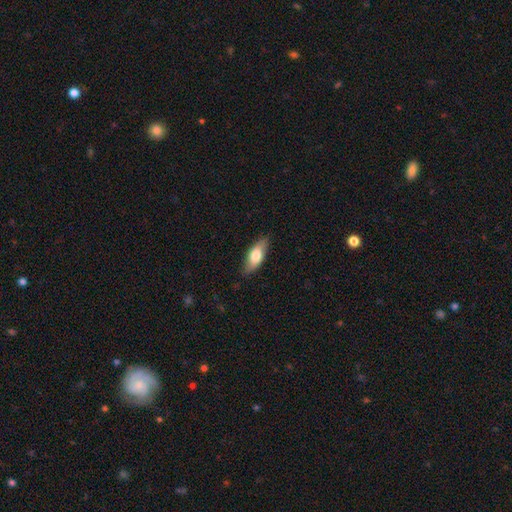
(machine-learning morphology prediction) This appears to be a smooth galaxy with no disk features (72%) that is in between round and cigar-shaped (76%). Merging: none (82%).